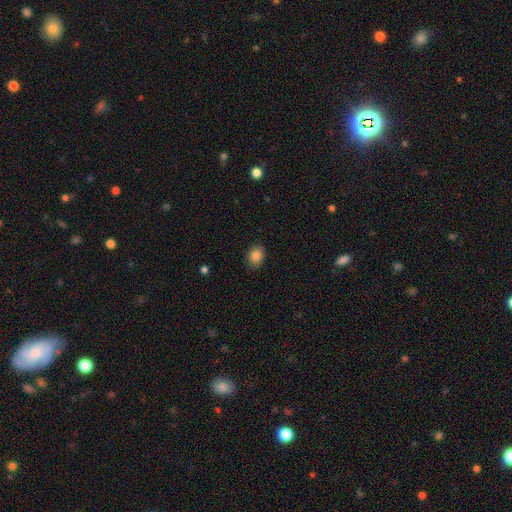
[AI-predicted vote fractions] This appears to be a smooth galaxy with no disk features (86%) that is in between round and cigar-shaped (59%). Merging: none (87%).